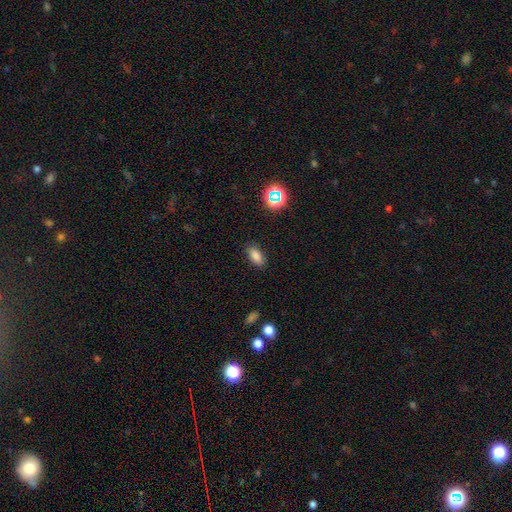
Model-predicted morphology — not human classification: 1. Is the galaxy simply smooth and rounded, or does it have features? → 82% smooth, 12% star or artifact, 5% featured or disk.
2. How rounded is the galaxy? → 88% in between, 6% cigar-shaped, 5% round.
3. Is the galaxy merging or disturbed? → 87% none, 9% minor disturbance, 3% major disturbance, 1% merger.